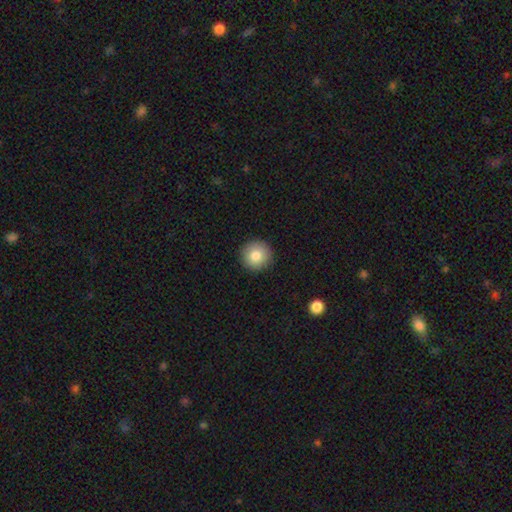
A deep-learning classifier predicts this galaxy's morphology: Smooth or featured? Predicted: smooth (p=0.82). How rounded? Predicted: round (p=0.95). Merging? Predicted: none (p=0.92).